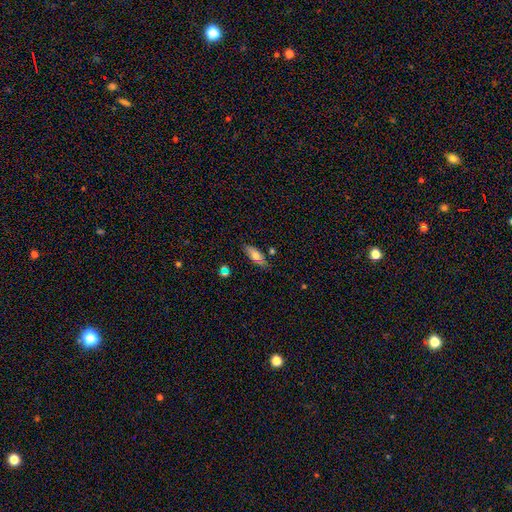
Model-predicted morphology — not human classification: A smooth galaxy with no disk features (71%) that is in between round and cigar-shaped (71%). Merging: none (76%).